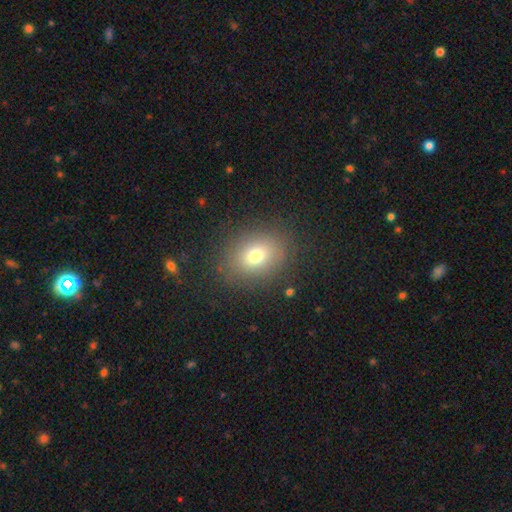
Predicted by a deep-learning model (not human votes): Smooth or featured? Predicted: smooth (p=0.74). How rounded? Predicted: in between (p=0.58). Merging? Predicted: none (p=0.85).